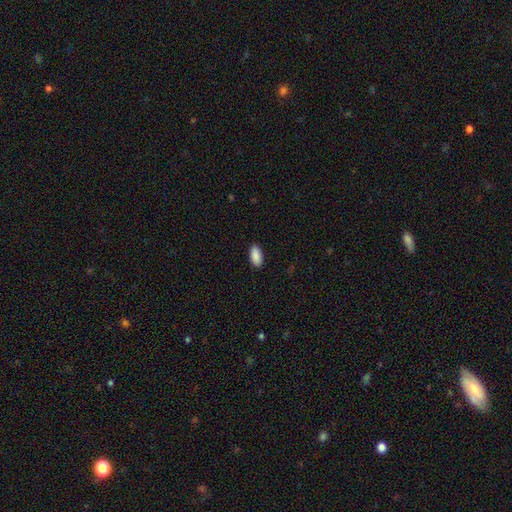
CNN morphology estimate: The model was most divided on "merging": none: 90%, minor disturbance: 8%, major disturbance: 2%, merger: 1%. More confident: how rounded — in between (93%); smooth or featured — smooth (90%).